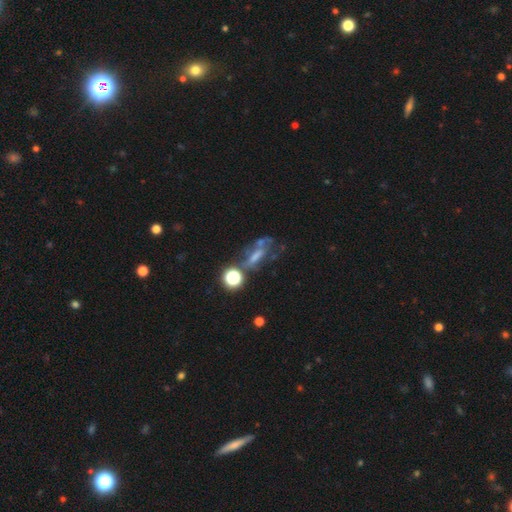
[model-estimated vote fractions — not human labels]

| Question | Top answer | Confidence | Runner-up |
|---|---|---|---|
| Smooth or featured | featured or disk | 42% | smooth (32%) |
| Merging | none | 38% | major disturbance (26%) |